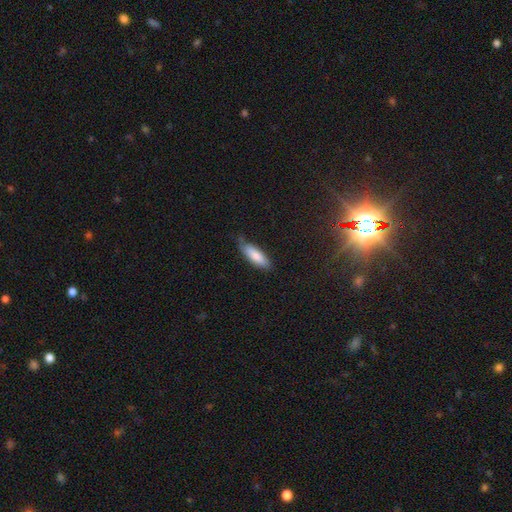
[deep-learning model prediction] A smooth galaxy with no disk features (81%) that is in between round and cigar-shaped (55%).

Vote fractions:
- Smooth or featured? smooth: 81% / featured or disk: 12% / star or artifact: 6%
- How rounded? in between: 55% / cigar-shaped: 44% / round: 2%
- Merging? none: 66% / minor disturbance: 27% / major disturbance: 5% / merger: 2%